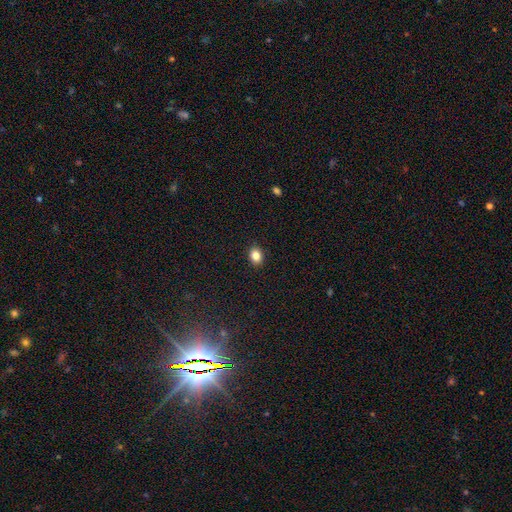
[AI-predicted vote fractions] Q: Smooth or featured?
A: smooth (84%); runner-up: star or artifact (10%)
Q: How rounded?
A: in between (58%); runner-up: round (41%)
Q: Merging?
A: none (91%); runner-up: minor disturbance (7%)